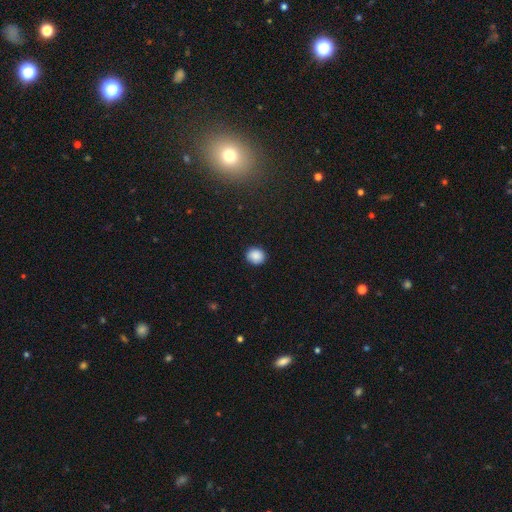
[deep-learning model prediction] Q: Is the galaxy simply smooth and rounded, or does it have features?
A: smooth — 87%.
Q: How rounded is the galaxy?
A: round — 77%.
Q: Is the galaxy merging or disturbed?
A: none — 85%.